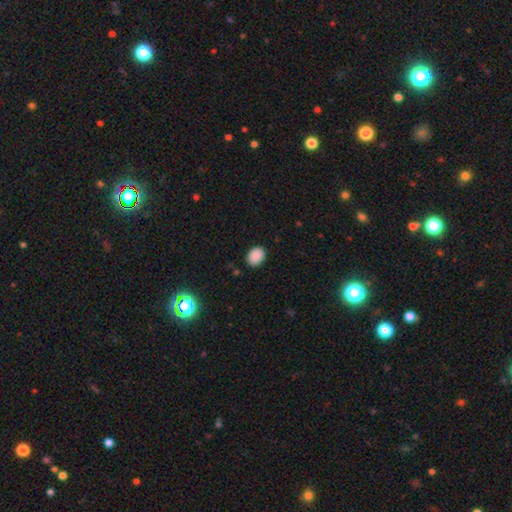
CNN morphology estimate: smooth 89%, star or artifact 9%, featured or disk 3%. Down the decision tree: how rounded — in between (73%); merging — none (88%).